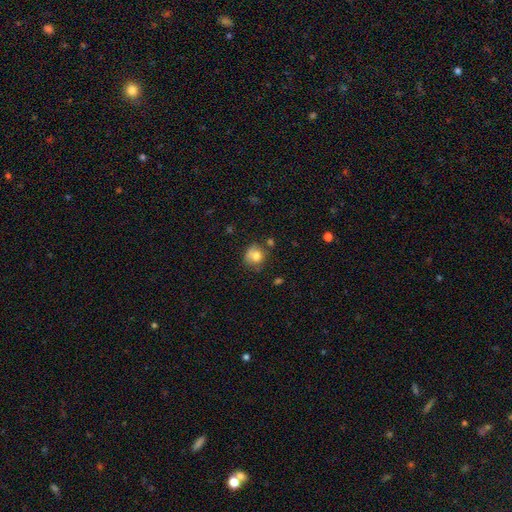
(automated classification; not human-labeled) The model was most divided on "merging": none: 58%, minor disturbance: 25%, merger: 9%, major disturbance: 8%. More confident: how rounded — round (80%); smooth or featured — smooth (76%).